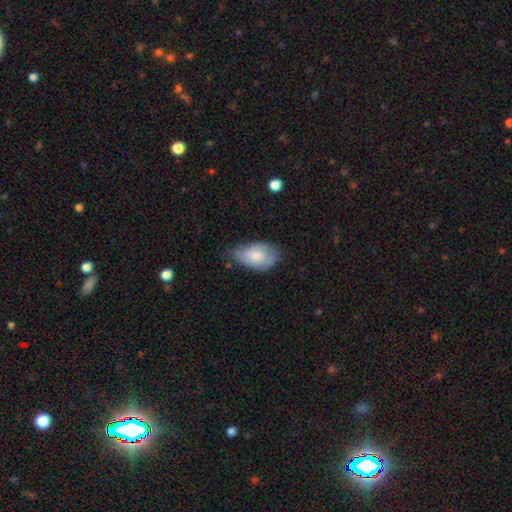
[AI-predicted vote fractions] This appears to be a smooth galaxy with no disk features (64%) that is in between round and cigar-shaped (90%). Merging: minor disturbance (43%, tied with none).